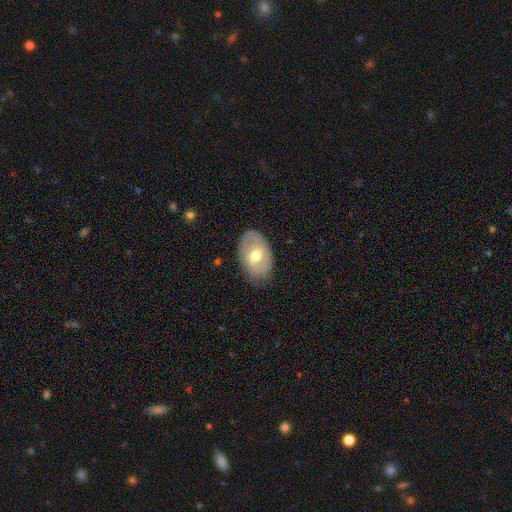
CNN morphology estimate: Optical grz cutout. It shows a smooth galaxy with no disk features (49%). Merging: none (77%).